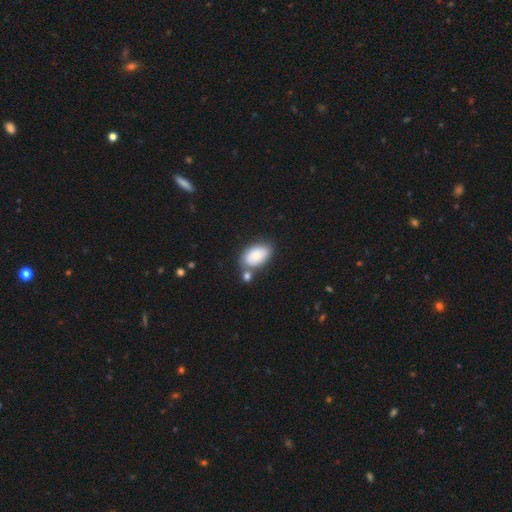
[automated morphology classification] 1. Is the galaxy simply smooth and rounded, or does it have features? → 81% smooth, 12% featured or disk, 7% star or artifact.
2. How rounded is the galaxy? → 92% in between, 6% round, 2% cigar-shaped.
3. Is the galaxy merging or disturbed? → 57% none, 20% merger, 18% minor disturbance, 5% major disturbance.